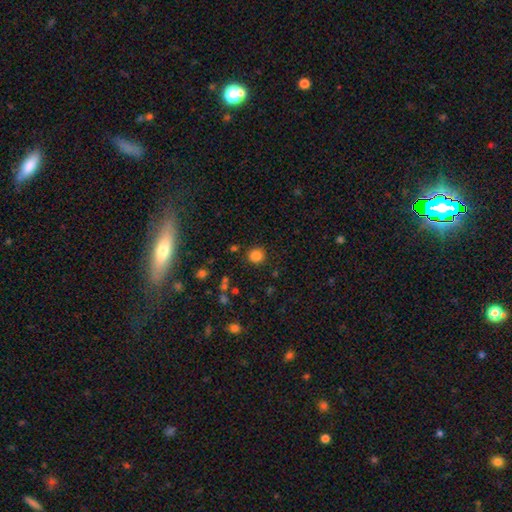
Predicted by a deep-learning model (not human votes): Smooth or featured?
  - smooth: 84% *
  - star or artifact: 12%
  - featured or disk: 4%
How rounded?
  - round: 92% *
  - in between: 7%
  - cigar-shaped: 1%
Merging?
  - none: 88% *
  - minor disturbance: 7%
  - major disturbance: 3%
  - merger: 2%